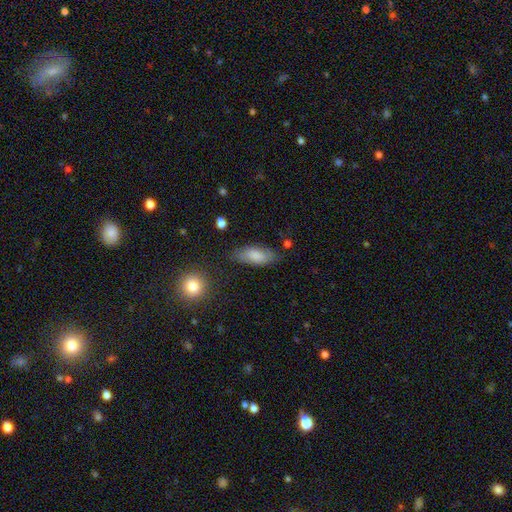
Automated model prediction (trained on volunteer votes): This appears to be a smooth galaxy with no disk features (80%) that is in between round and cigar-shaped (82%). Merging: none (72%).